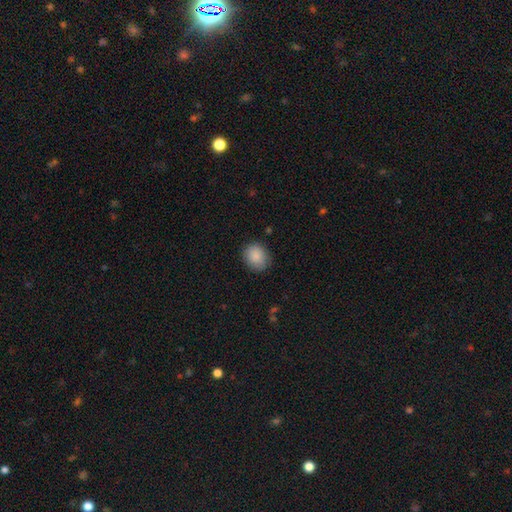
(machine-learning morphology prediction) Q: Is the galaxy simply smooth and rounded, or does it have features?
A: smooth — 89%.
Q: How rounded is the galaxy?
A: round — 62%.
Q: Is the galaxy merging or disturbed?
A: none — 84%.